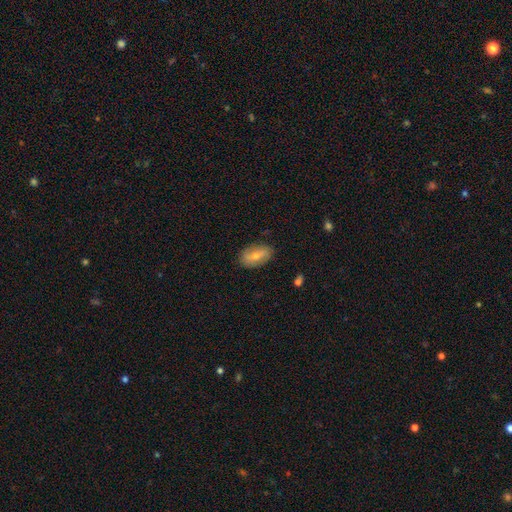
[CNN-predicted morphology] A smooth galaxy with no disk features (57%) that is in between round and cigar-shaped (89%).

Vote fractions:
- Smooth or featured? smooth: 57% / featured or disk: 36% / star or artifact: 7%
- How rounded? in between: 89% / round: 8% / cigar-shaped: 4%
- Merging? none: 82% / minor disturbance: 14% / major disturbance: 3% / merger: 1%